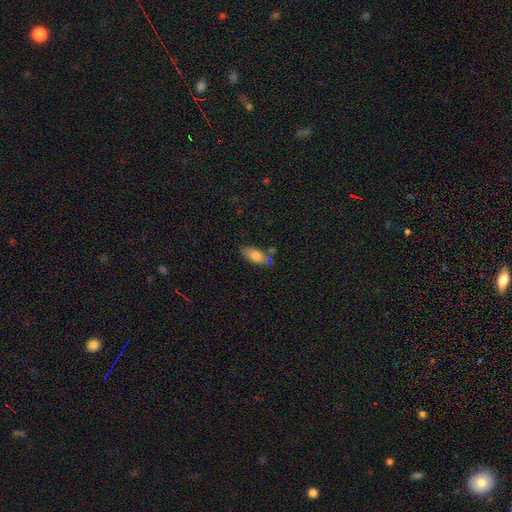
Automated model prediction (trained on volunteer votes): This appears to be a smooth galaxy with no disk features (80%) that is in between round and cigar-shaped (87%). Merging: none (60%).